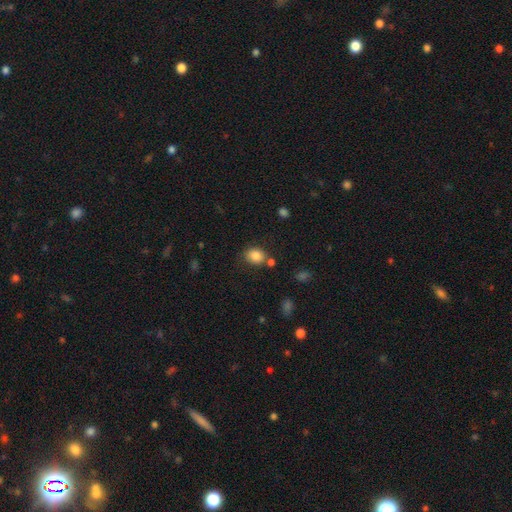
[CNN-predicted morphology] A smooth galaxy with no disk features (84%) that is round (54%).

Vote fractions:
- Smooth or featured? smooth: 84% / star or artifact: 9% / featured or disk: 7%
- How rounded? round: 54% / in between: 45% / cigar-shaped: 1%
- Merging? none: 72% / minor disturbance: 14% / merger: 10% / major disturbance: 4%